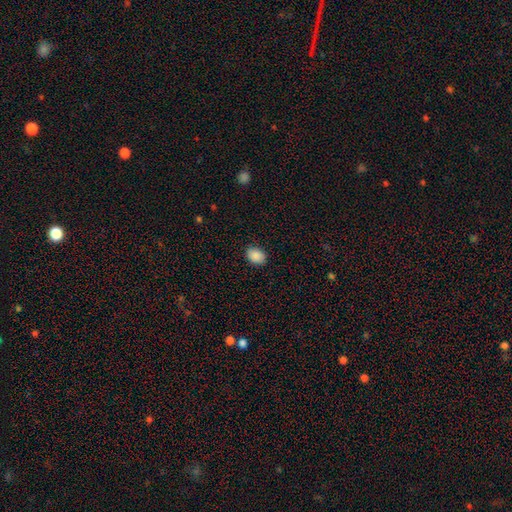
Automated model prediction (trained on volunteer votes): Smooth or featured?
  - smooth: 89% *
  - star or artifact: 8%
  - featured or disk: 4%
How rounded?
  - in between: 71% *
  - round: 28%
  - cigar-shaped: 1%
Merging?
  - none: 87% *
  - minor disturbance: 10%
  - major disturbance: 2%
  - merger: 1%